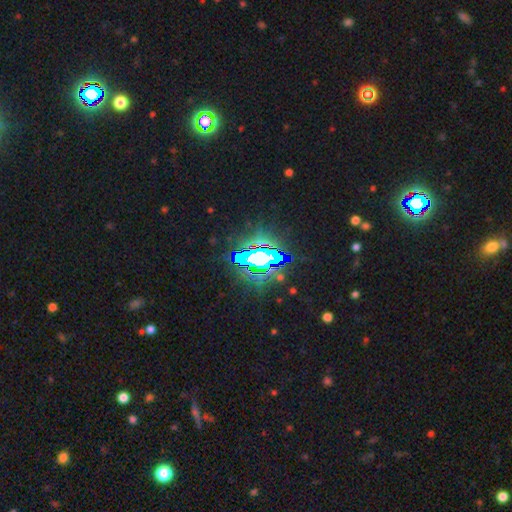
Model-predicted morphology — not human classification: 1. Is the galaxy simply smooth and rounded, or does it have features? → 82% star or artifact, 9% smooth, 9% featured or disk.